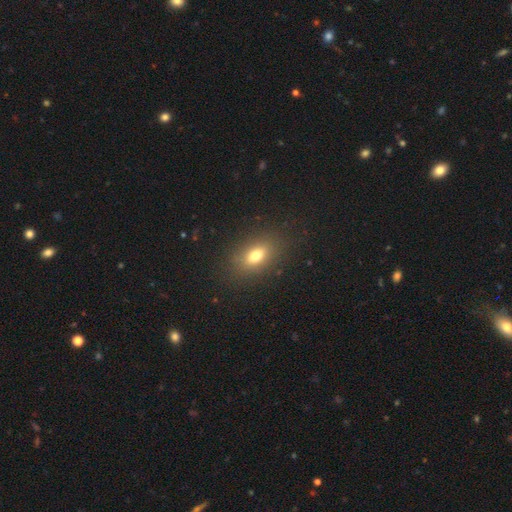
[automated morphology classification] smooth_or_featured: smooth (p=0.76) [alt: star or artifact p=0.12]
how_rounded: in between (p=0.81) [alt: round p=0.14]
merging: none (p=0.85) [alt: minor disturbance p=0.09]